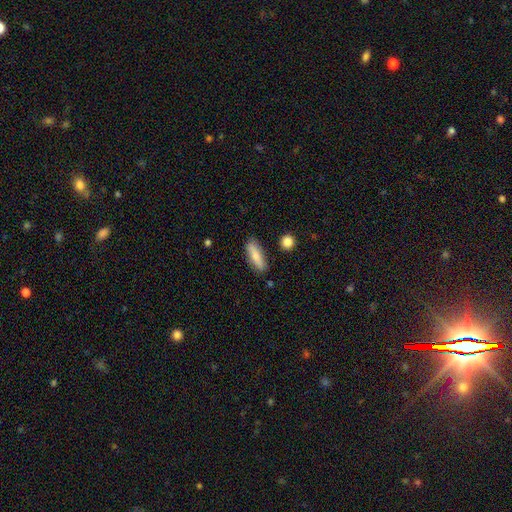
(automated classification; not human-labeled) Smooth or featured?
  - smooth: 79% *
  - featured or disk: 15%
  - star or artifact: 6%
How rounded?
  - cigar-shaped: 56% *
  - in between: 42%
  - round: 2%
Merging?
  - none: 84% *
  - minor disturbance: 11%
  - merger: 3%
  - major disturbance: 2%